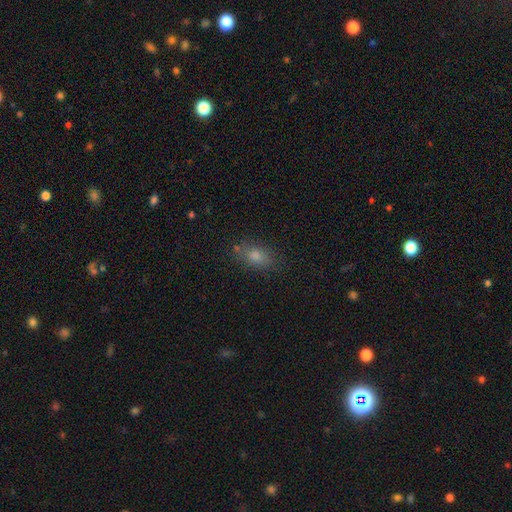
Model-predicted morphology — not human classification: smooth_or_featured: smooth (p=0.74) [alt: star or artifact p=0.16]
how_rounded: in between (p=0.76) [alt: round p=0.19]
merging: none (p=0.79) [alt: minor disturbance p=0.13]